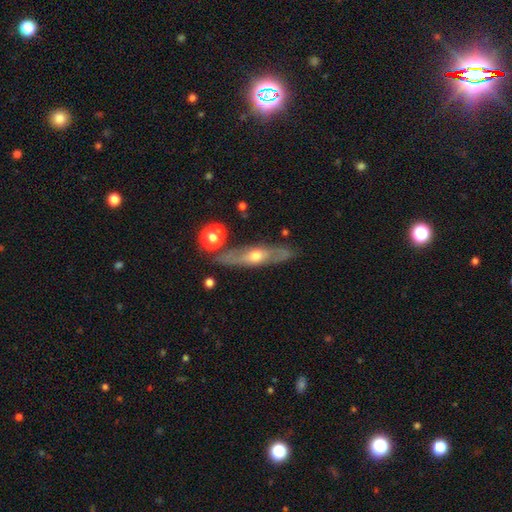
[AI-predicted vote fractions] Smooth or featured: featured or disk — 66% (smooth — 27%)
Edge-on disk: yes — 64% (no — 36%)
Merging: none — 79% (minor disturbance — 13%)